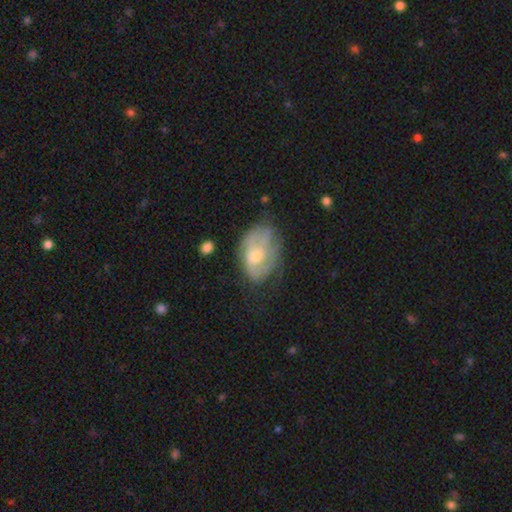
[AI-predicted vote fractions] Smooth or featured: featured or disk — 55% (smooth — 37%)
Edge-on disk: no — 96% (yes — 4%)
Bar: no — 68% (weak — 27%)
Spiral arms: yes — 57% (no — 43%)
Bulge size: moderate — 53% (small — 38%)
Merging: none — 46% (minor disturbance — 32%)